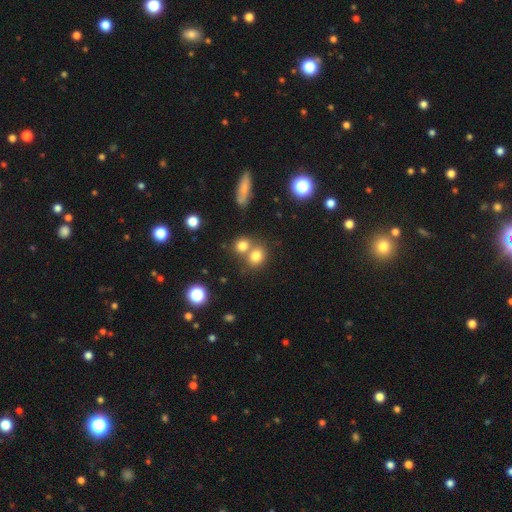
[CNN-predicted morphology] type=smooth (77%); roundness=round (66%); merging=none (48%).